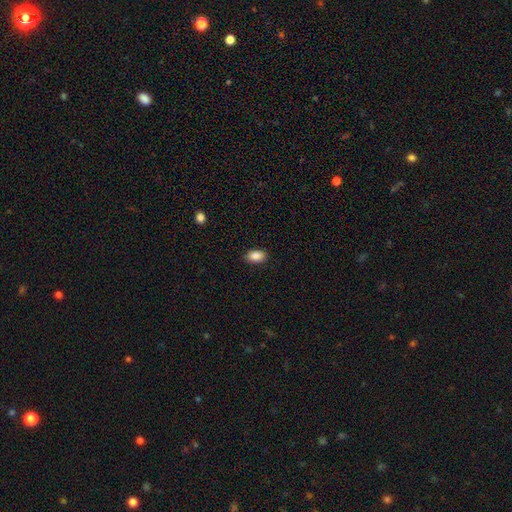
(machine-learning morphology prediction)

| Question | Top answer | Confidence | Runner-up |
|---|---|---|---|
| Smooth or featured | smooth | 88% | star or artifact (8%) |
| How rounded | in between | 90% | round (8%) |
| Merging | none | 88% | minor disturbance (9%) |